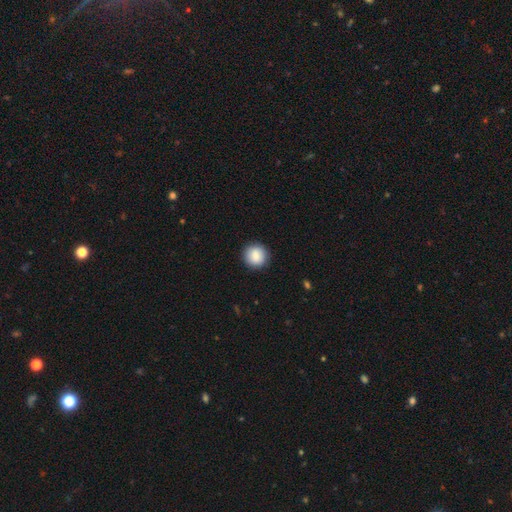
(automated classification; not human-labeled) Smooth or featured: smooth — 87% (star or artifact — 8%)
How rounded: round — 94% (in between — 5%)
Merging: none — 91% (minor disturbance — 6%)